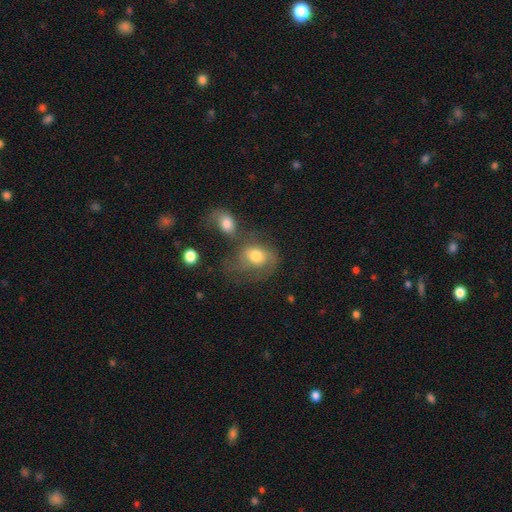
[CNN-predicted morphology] Overall: smooth (58%; featured or disk 33%). How rounded: in between (53%; round 46%). Merging: merger (30%; none 29%).